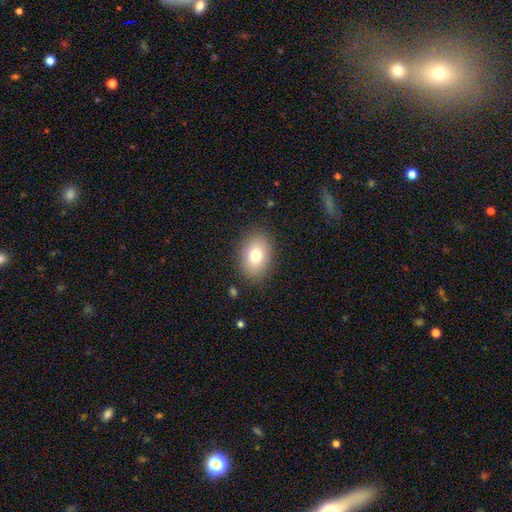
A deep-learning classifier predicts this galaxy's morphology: This is likely a smooth galaxy (76%). How rounded: likely in between (73%). Merging: clearly none (86%).